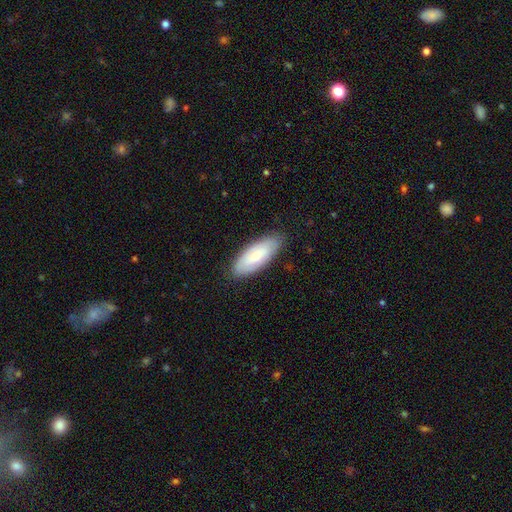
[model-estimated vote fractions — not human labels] smooth 68%, featured or disk 27%, star or artifact 6%. Down the decision tree: how rounded — in between (76%); merging — none (84%).